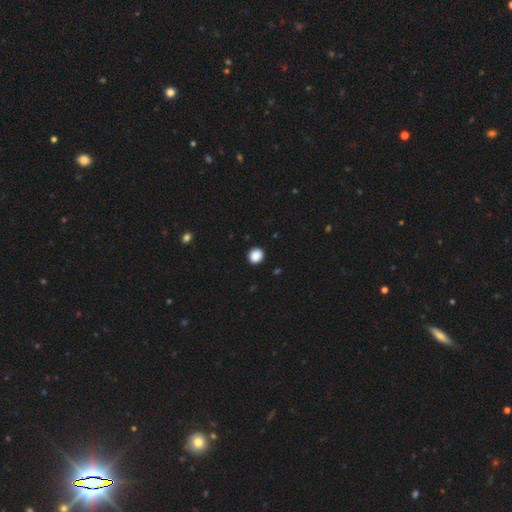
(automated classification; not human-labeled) Smooth or featured? smooth (88%)
How rounded? round (85%)
Merging? none (92%)